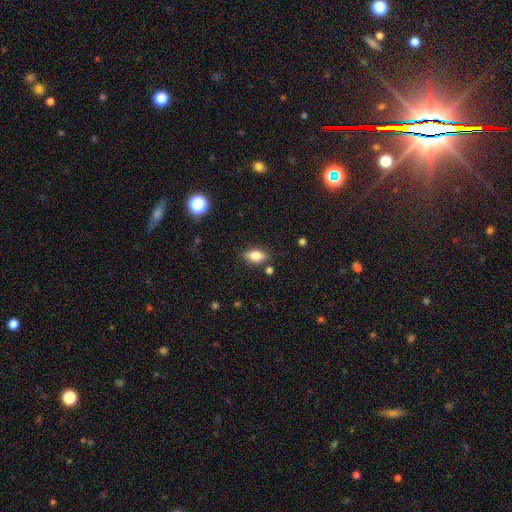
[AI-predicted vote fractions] Smooth or featured? smooth (77%)
How rounded? in between (85%)
Merging? none (81%)